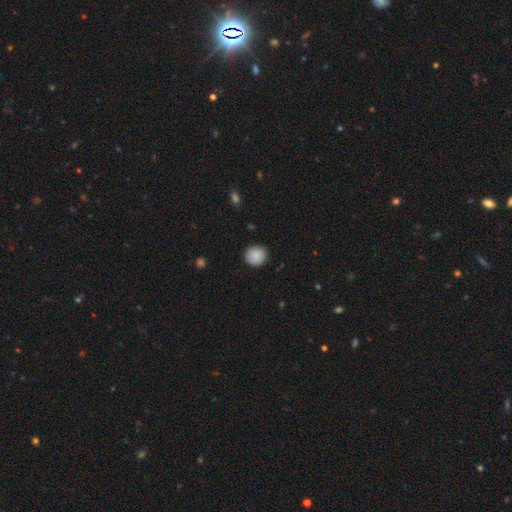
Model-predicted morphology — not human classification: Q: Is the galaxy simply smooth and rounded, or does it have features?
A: smooth — 88%.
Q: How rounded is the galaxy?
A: round — 90%.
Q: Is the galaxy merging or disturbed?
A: none — 90%.